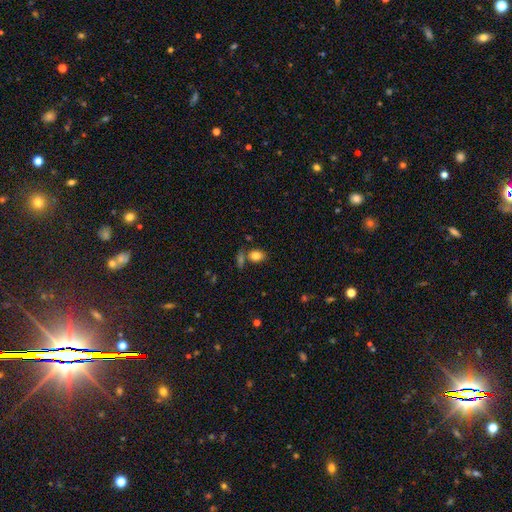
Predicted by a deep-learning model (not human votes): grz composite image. It shows a smooth galaxy with no disk features (82%) that is in between round and cigar-shaped (72%). Merging: none (65%).